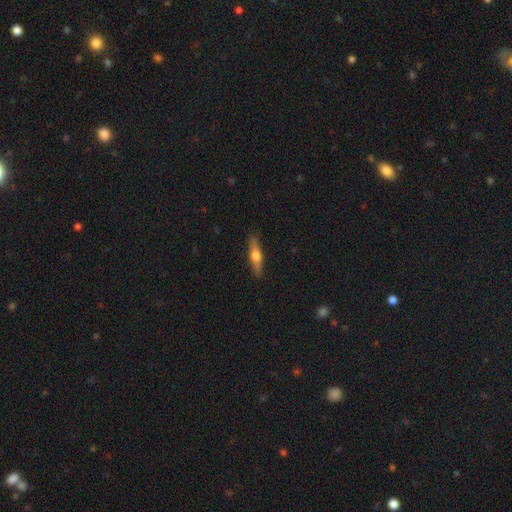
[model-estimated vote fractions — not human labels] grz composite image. It shows a featured or disk galaxy (52%) viewed edge-on (94%). Merging: none (90%).